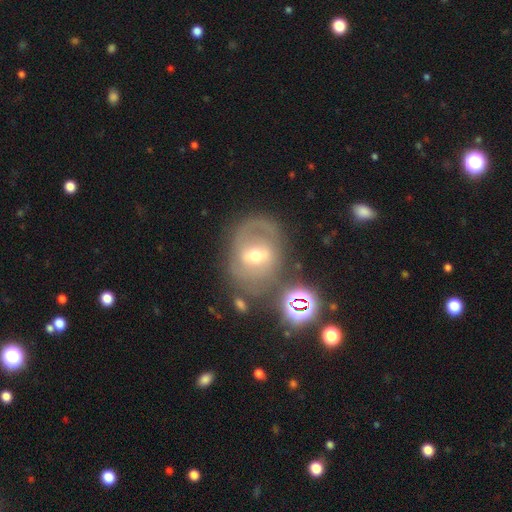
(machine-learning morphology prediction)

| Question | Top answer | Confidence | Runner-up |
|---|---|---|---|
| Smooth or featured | featured or disk | 62% | smooth (26%) |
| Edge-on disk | no | 94% | yes (6%) |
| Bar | weak | 46% | no (28%) |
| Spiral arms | yes | 57% | no (43%) |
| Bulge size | moderate | 65% | small (25%) |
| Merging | none | 54% | minor disturbance (20%) |